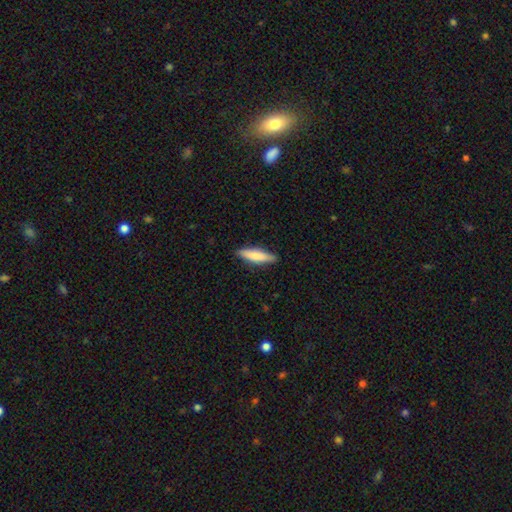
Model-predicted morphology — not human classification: This is likely a smooth galaxy (79%). How rounded: likely cigar-shaped (73%). Merging: clearly none (87%).